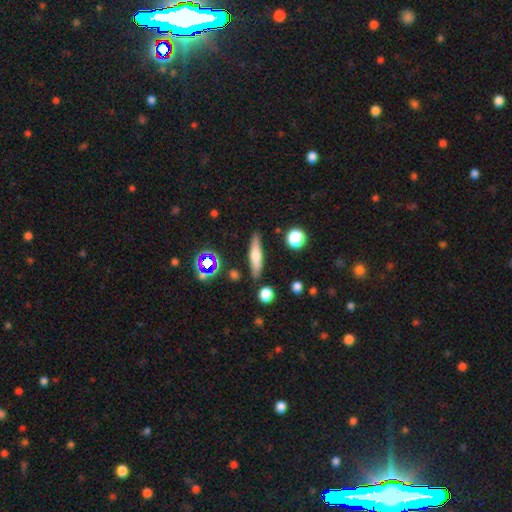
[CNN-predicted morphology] Overall: smooth (51%; featured or disk 40%). How rounded: cigar-shaped (77%). Merging: none (84%).